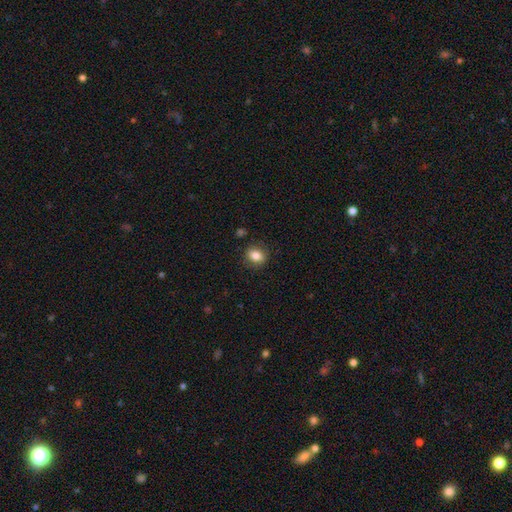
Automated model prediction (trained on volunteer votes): smooth 82%, star or artifact 9%, featured or disk 9%. Down the decision tree: how rounded — in between (53%); merging — none (86%).